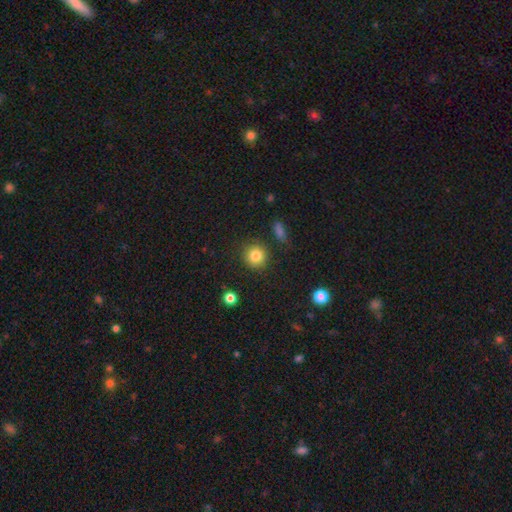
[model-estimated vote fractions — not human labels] smooth 84%, star or artifact 10%, featured or disk 6%. Down the decision tree: how rounded — round (90%); merging — none (87%).